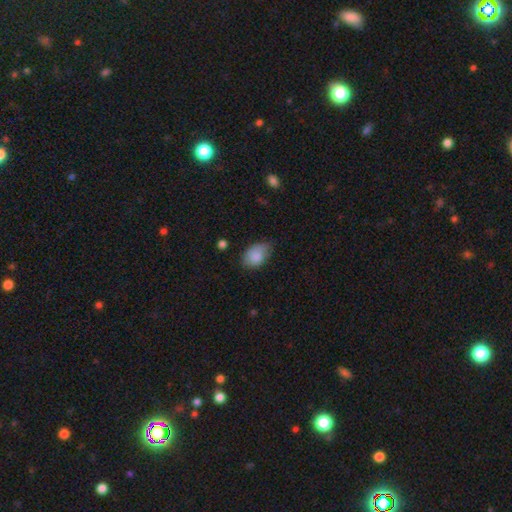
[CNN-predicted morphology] A smooth galaxy with no disk features (84%) that is in between round and cigar-shaped (88%). Merging: none (62%).